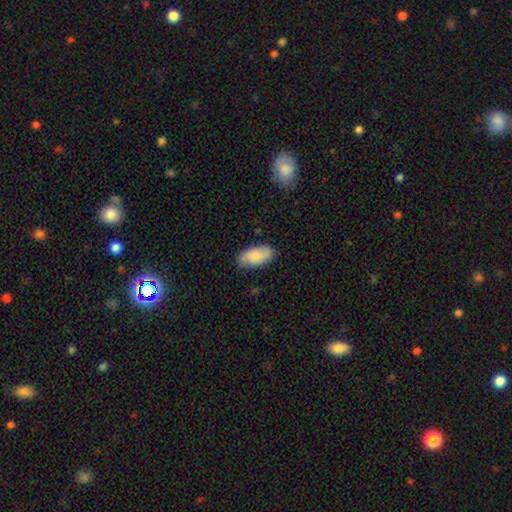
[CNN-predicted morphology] The model was most divided on "smooth or featured": smooth: 70%, featured or disk: 23%, star or artifact: 7%. More confident: how rounded — in between (93%); merging — none (80%).